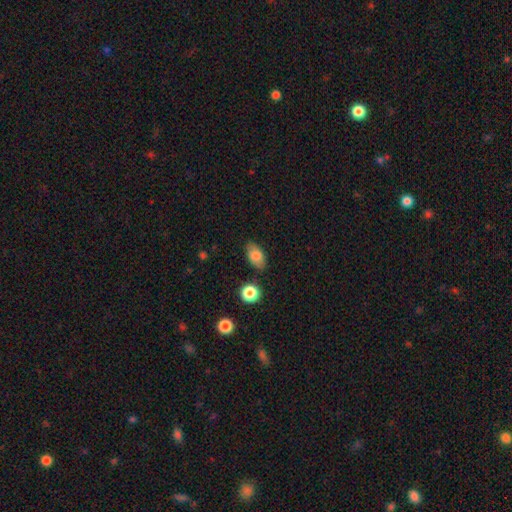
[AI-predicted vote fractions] Smooth or featured: smooth — 81% (featured or disk — 10%)
How rounded: in between — 90% (round — 8%)
Merging: none — 80% (minor disturbance — 14%)